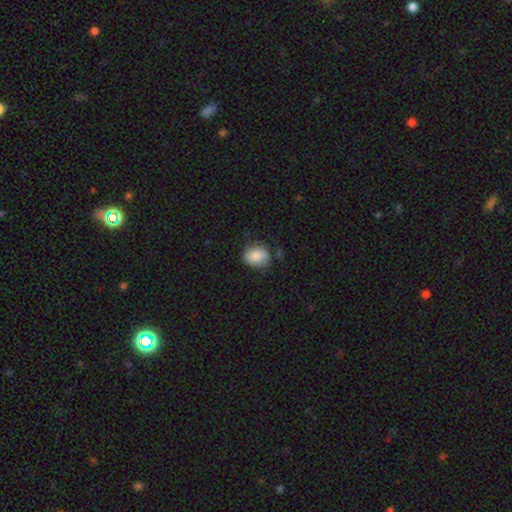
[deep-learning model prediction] Smooth or featured? Predicted: smooth (p=0.83). How rounded? Predicted: in between (p=0.54). Merging? Predicted: none (p=0.66).